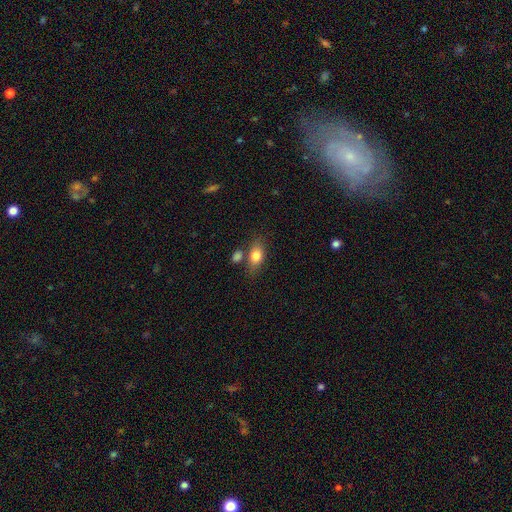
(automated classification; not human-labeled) Smooth or featured: smooth — 79% (featured or disk — 13%)
How rounded: in between — 80% (round — 13%)
Merging: none — 64% (merger — 17%)